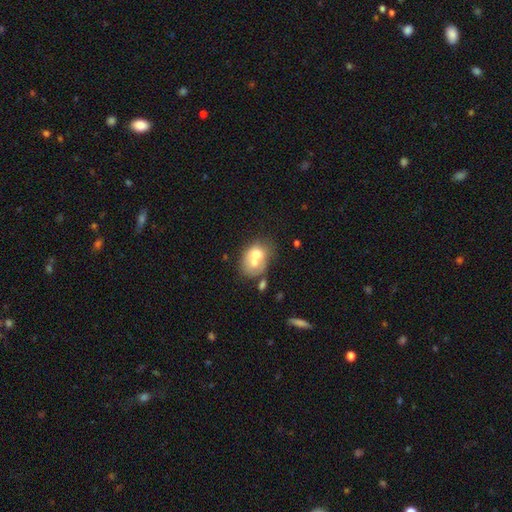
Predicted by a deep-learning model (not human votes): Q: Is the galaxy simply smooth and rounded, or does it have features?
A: smooth — 60%.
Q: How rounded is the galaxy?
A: in between — 58%.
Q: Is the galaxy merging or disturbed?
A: merger — 63%.